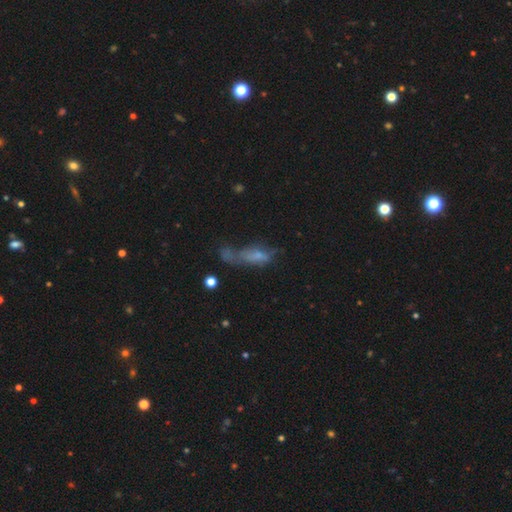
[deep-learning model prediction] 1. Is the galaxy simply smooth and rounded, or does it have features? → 49% smooth, 35% featured or disk, 16% star or artifact.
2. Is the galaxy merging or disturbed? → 32% major disturbance, 26% none, 24% merger, 19% minor disturbance.